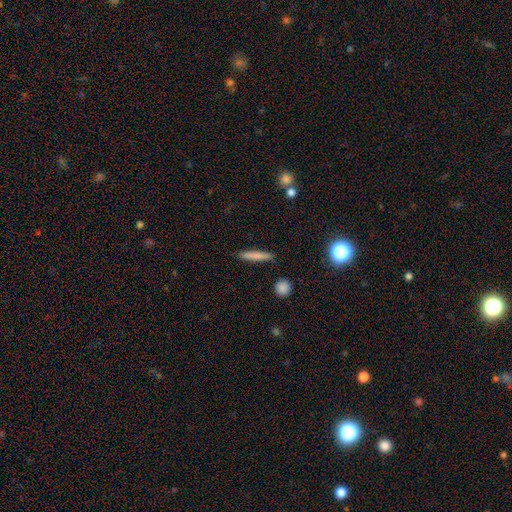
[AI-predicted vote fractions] This appears to be a smooth galaxy with no disk features (75%) that is cigar-shaped (93%). Merging: none (88%).